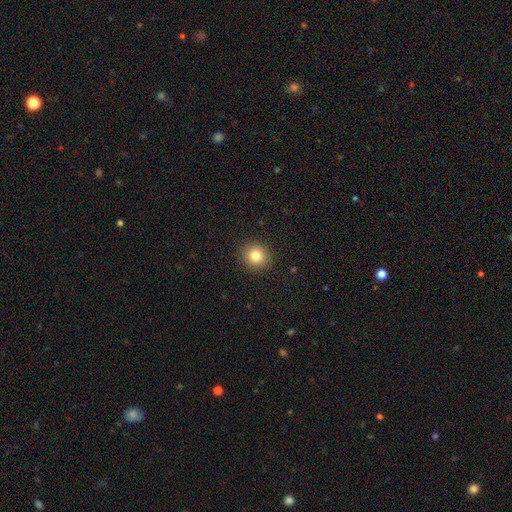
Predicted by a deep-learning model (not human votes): smooth_or_featured: smooth (p=0.81) [alt: star or artifact p=0.11]
how_rounded: round (p=0.88) [alt: in between p=0.11]
merging: none (p=0.91) [alt: minor disturbance p=0.06]